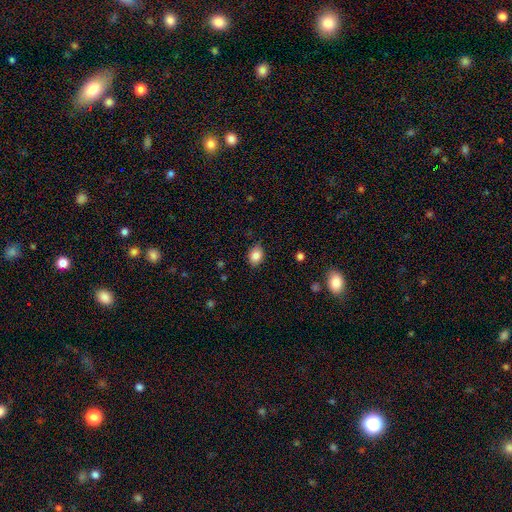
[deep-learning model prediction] Morphology: type=smooth (85%); roundness=in between (68%); merging=none (81%).